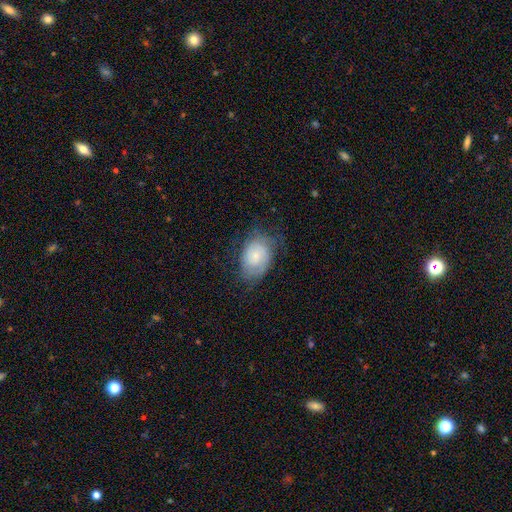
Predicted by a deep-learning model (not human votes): A smooth galaxy with no disk features (48%). Merging: none (59%).